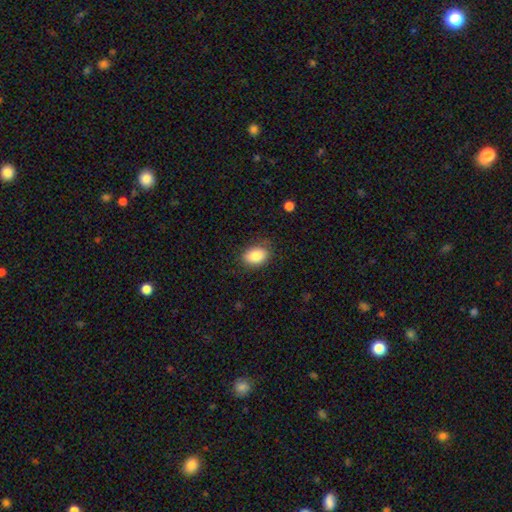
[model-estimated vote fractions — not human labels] smooth_or_featured: smooth (p=0.85) [alt: star or artifact p=0.08]
how_rounded: in between (p=0.80) [alt: round p=0.19]
merging: none (p=0.78) [alt: minor disturbance p=0.16]